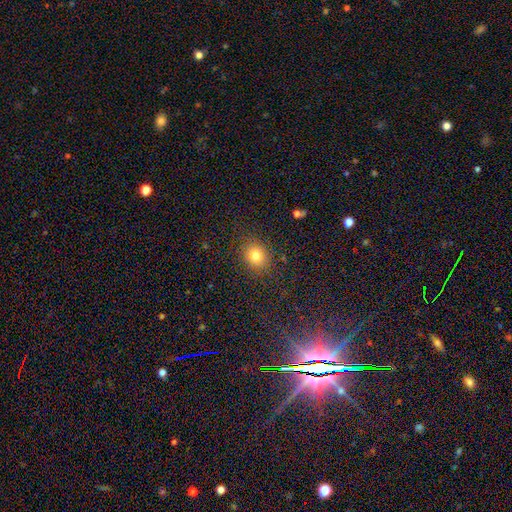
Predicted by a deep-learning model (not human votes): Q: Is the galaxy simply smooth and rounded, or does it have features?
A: smooth — 80%.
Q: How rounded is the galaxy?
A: round — 64%.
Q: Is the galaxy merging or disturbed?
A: none — 86%.